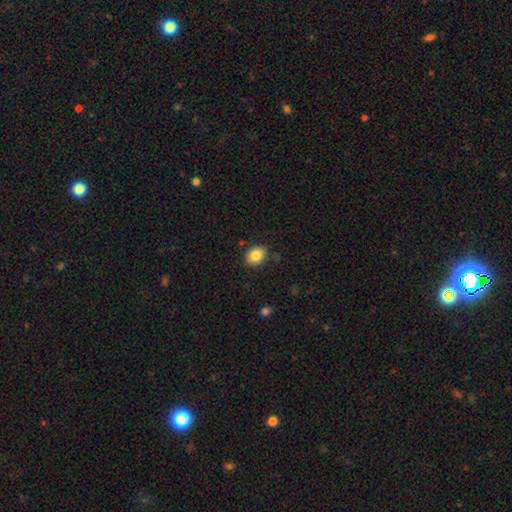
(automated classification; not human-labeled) Overall: smooth (85%). How rounded: round (50%, tied with in between). Merging: none (84%).